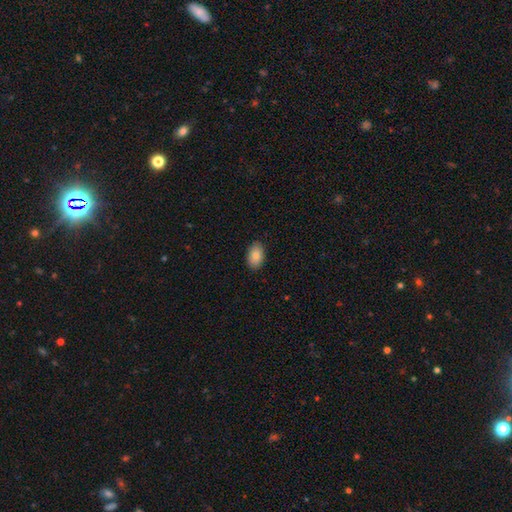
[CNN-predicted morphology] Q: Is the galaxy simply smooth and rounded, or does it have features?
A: smooth — 85%.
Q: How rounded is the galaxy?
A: in between — 92%.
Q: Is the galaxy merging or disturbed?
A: none — 89%.